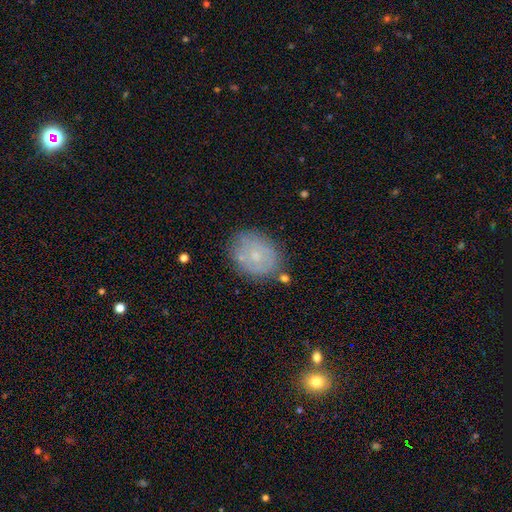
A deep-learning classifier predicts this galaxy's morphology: A featured or disk galaxy (47%). Merging: none (72%).